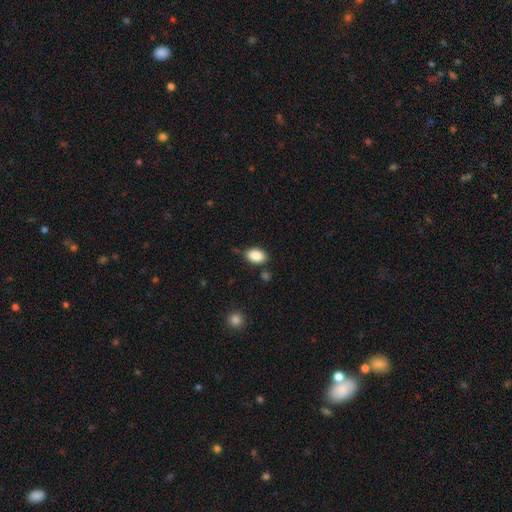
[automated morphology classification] This is clearly a smooth galaxy (87%). How rounded: clearly in between (87%). Merging: clearly none (80%).